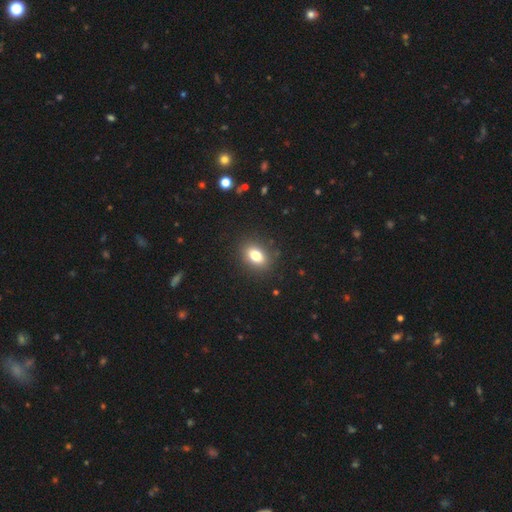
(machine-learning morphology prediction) smooth_or_featured: smooth (p=0.80) [alt: star or artifact p=0.10]
how_rounded: in between (p=0.76) [alt: round p=0.22]
merging: none (p=0.88) [alt: minor disturbance p=0.08]